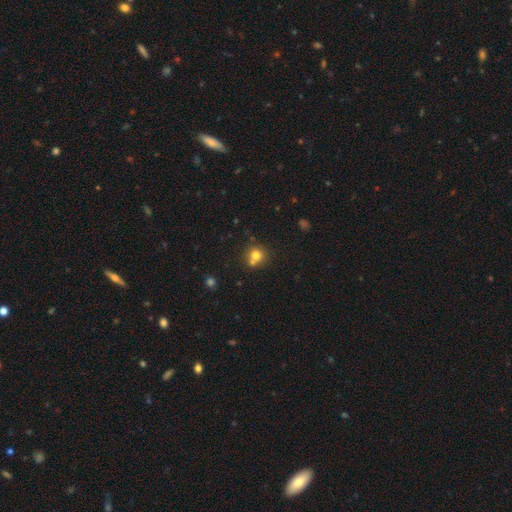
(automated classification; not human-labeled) Smooth or featured?
  - smooth: 74% *
  - star or artifact: 13%
  - featured or disk: 12%
How rounded?
  - round: 86% *
  - in between: 13%
  - cigar-shaped: 1%
Merging?
  - none: 54% *
  - merger: 34%
  - minor disturbance: 9%
  - major disturbance: 3%